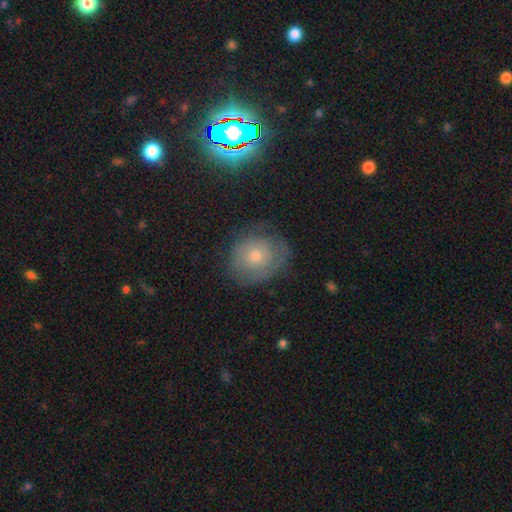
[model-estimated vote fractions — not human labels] The model was most divided on "smooth or featured": smooth: 49%, featured or disk: 35%, star or artifact: 16%. More confident: merging — none (73%).